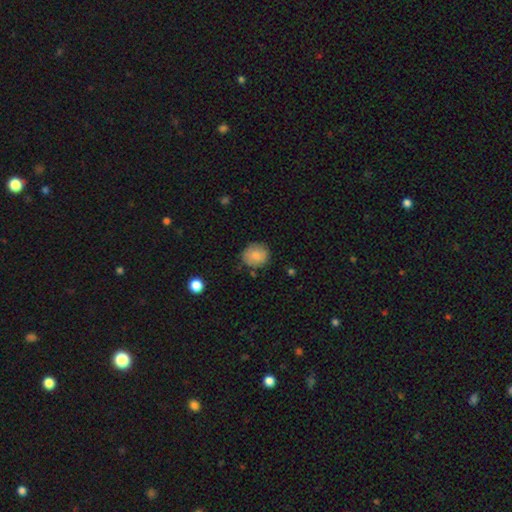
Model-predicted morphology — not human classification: Smooth or featured? Predicted: smooth (p=0.84). How rounded? Predicted: round (p=0.78). Merging? Predicted: none (p=0.77).